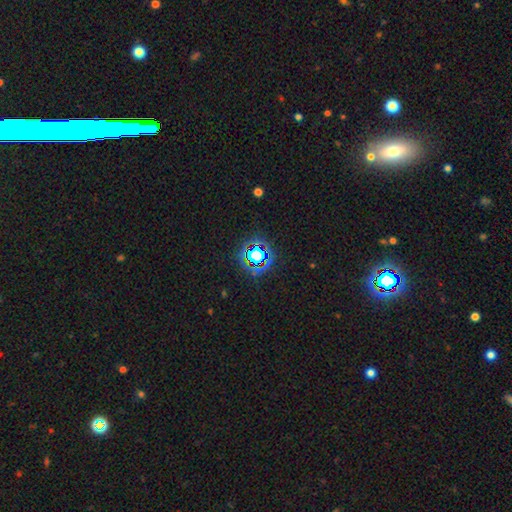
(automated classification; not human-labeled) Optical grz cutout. It shows a star or artifact, not a galaxy (70%).